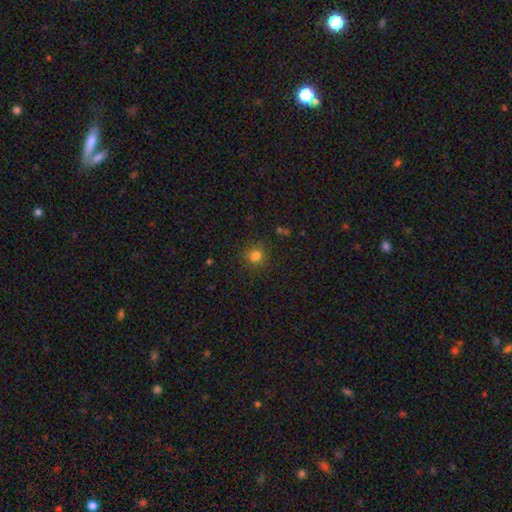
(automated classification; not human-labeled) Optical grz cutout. It shows a smooth galaxy with no disk features (78%) that is round (81%). Merging: none (81%).